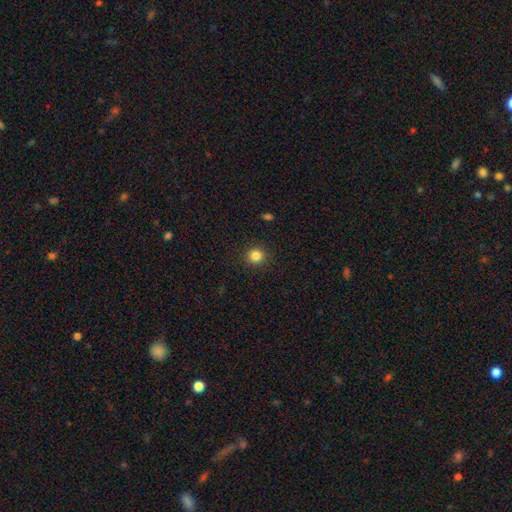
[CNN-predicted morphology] smooth_or_featured: smooth (p=0.84) [alt: star or artifact p=0.12]
how_rounded: round (p=0.93) [alt: in between p=0.06]
merging: none (p=0.91) [alt: minor disturbance p=0.06]